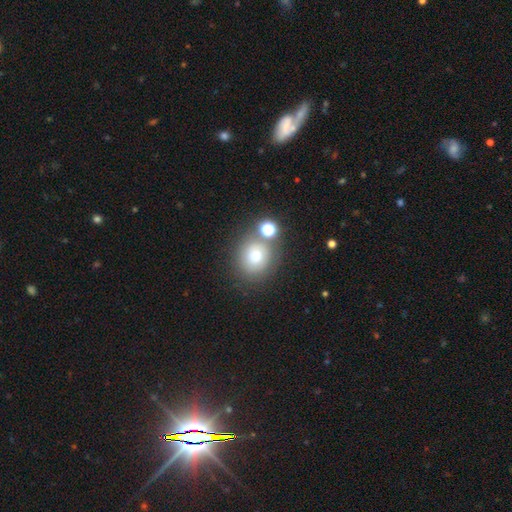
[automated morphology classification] A smooth galaxy with no disk features (69%) that is round (87%). Merging: none (67%).